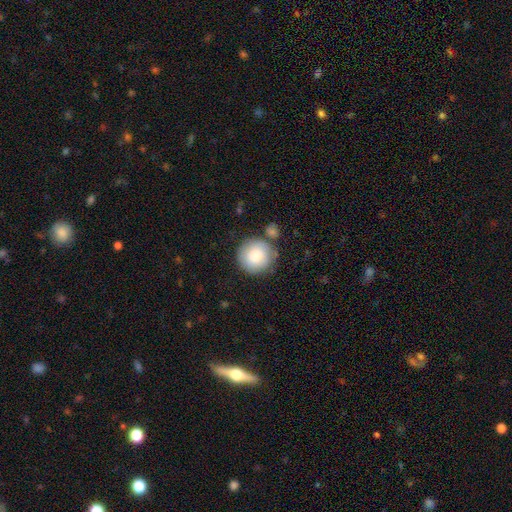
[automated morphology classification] Overall: smooth (83%). How rounded: round (94%). Merging: none (73%).